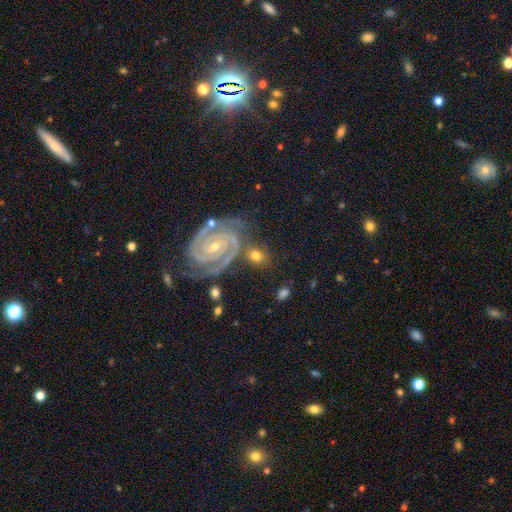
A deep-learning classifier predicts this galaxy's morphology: This is likely a featured or disk galaxy (61%). It is clearly not viewed edge-on (96%). Bar: possibly no (52%). Spiral arm pattern: clearly yes (95%). Spiral arm count: likely 2 (67%). Spiral winding: likely tight (72%). Central bulge: likely small (60%). Merging: likely none (71%).